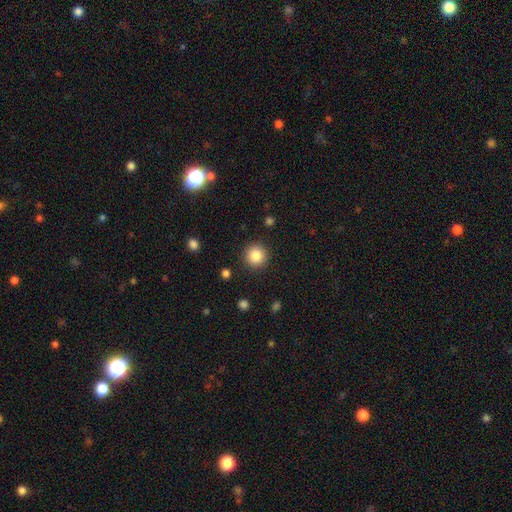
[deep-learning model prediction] Smooth or featured? Predicted: smooth (p=0.85). How rounded? Predicted: round (p=0.95). Merging? Predicted: none (p=0.91).